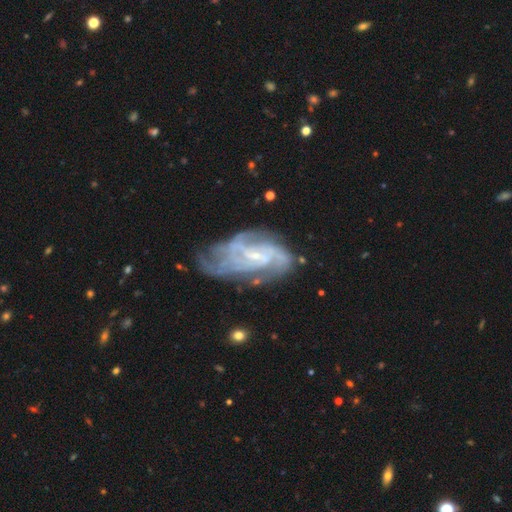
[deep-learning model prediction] The model was most divided on "spiral winding": medium: 43%, tight: 41%, loose: 16%. Remaining: edge-on disk — no (96%); spiral arms — yes (92%); smooth or featured — featured or disk (85%); bulge size — small (76%); merging — none (50%); bar — weak (44%); spiral arm count — can't tell (31%).